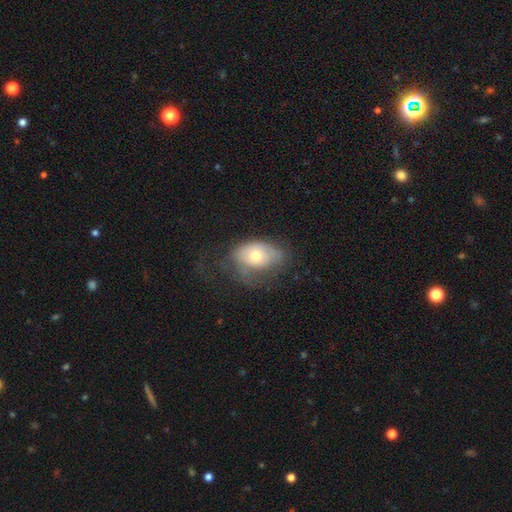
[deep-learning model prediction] This appears to be a smooth galaxy with no disk features (55%) that is in between round and cigar-shaped (81%). Merging: none (37%).